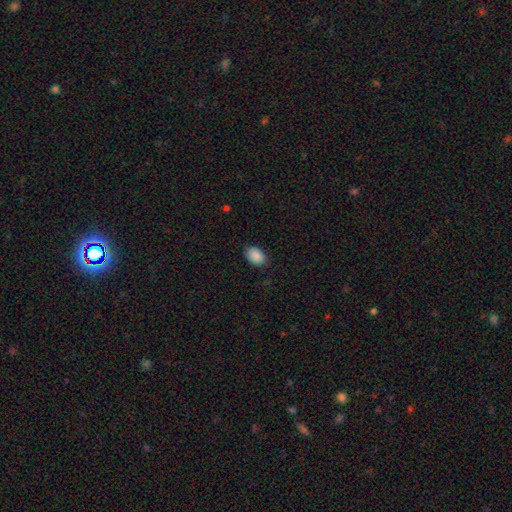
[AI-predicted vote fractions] smooth_or_featured: smooth (p=0.89) [alt: star or artifact p=0.07]
how_rounded: in between (p=0.81) [alt: round p=0.18]
merging: none (p=0.85) [alt: minor disturbance p=0.11]